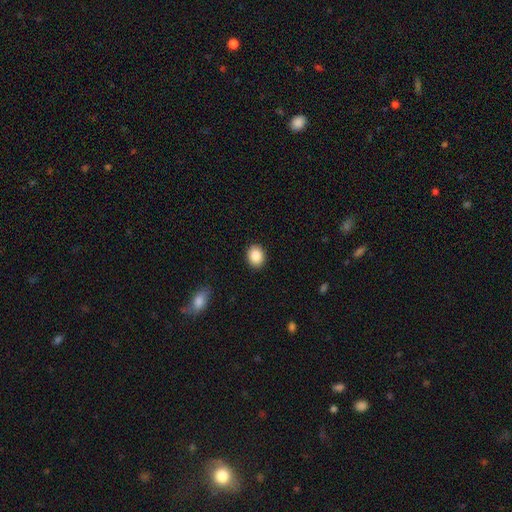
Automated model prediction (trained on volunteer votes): Q: Smooth or featured?
A: smooth (88%); runner-up: star or artifact (8%)
Q: How rounded?
A: round (54%); runner-up: in between (45%)
Q: Merging?
A: none (90%); runner-up: minor disturbance (7%)